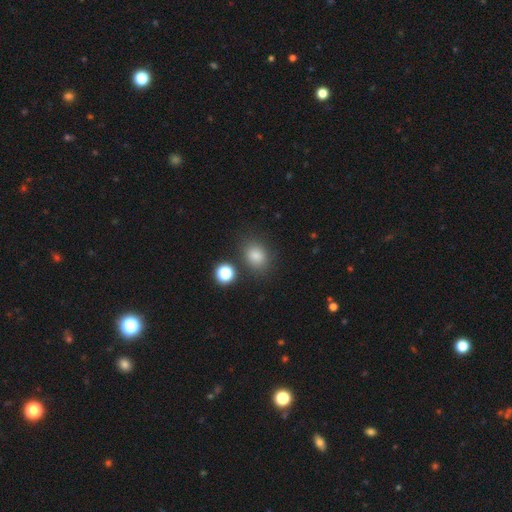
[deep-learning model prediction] Q: Smooth or featured?
A: smooth (82%); runner-up: star or artifact (13%)
Q: How rounded?
A: in between (52%); runner-up: round (47%)
Q: Merging?
A: none (80%); runner-up: minor disturbance (12%)